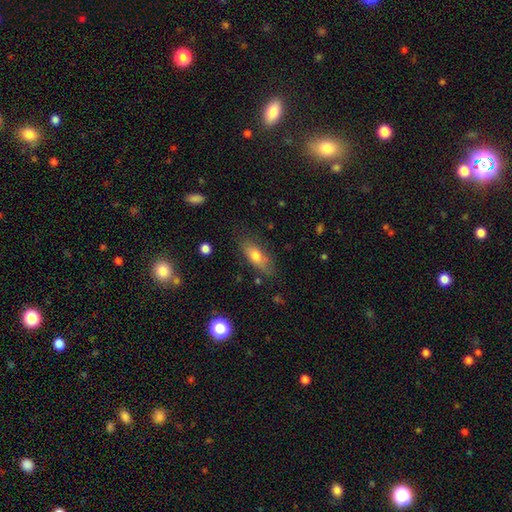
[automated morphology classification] Smooth or featured?
  - smooth: 69% *
  - featured or disk: 22%
  - star or artifact: 8%
How rounded?
  - in between: 74% *
  - cigar-shaped: 22%
  - round: 4%
Merging?
  - none: 70% *
  - minor disturbance: 21%
  - major disturbance: 7%
  - merger: 3%